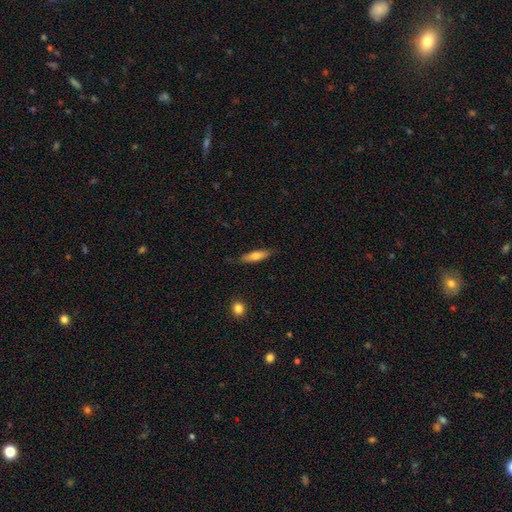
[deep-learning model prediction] Smooth or featured? smooth (68%)
How rounded? cigar-shaped (70%)
Merging? none (83%)